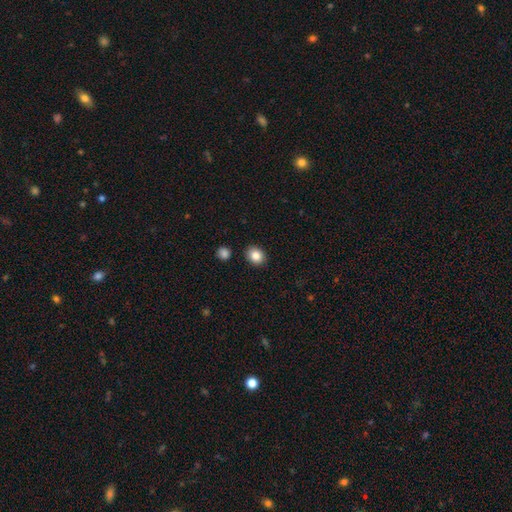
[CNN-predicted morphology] Smooth or featured? smooth (86%)
How rounded? round (61%)
Merging? none (89%)